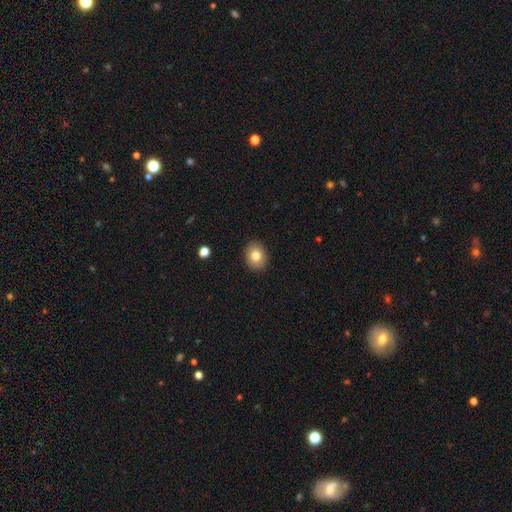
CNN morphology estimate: type=smooth (80%); roundness=round (55%); merging=none (90%).